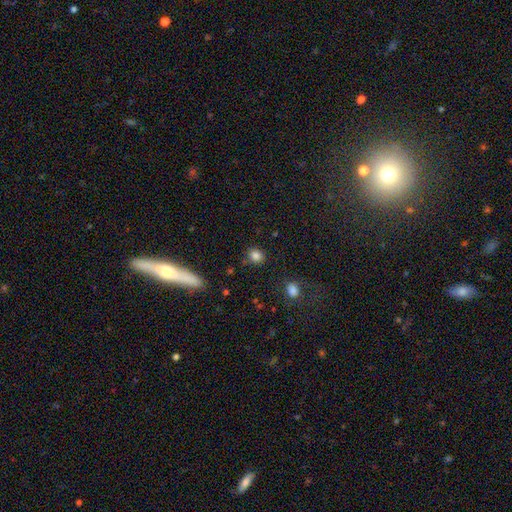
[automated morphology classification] This is clearly a smooth galaxy (84%). How rounded: likely round (70%). Merging: clearly none (82%).